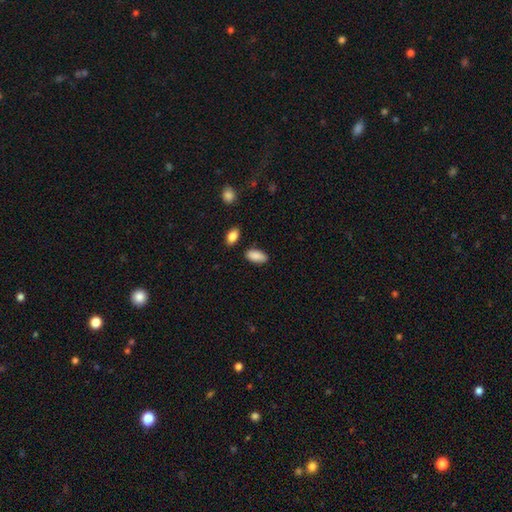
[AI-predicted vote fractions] Smooth or featured: smooth — 89% (star or artifact — 6%)
How rounded: in between — 92% (cigar-shaped — 6%)
Merging: none — 82% (minor disturbance — 12%)